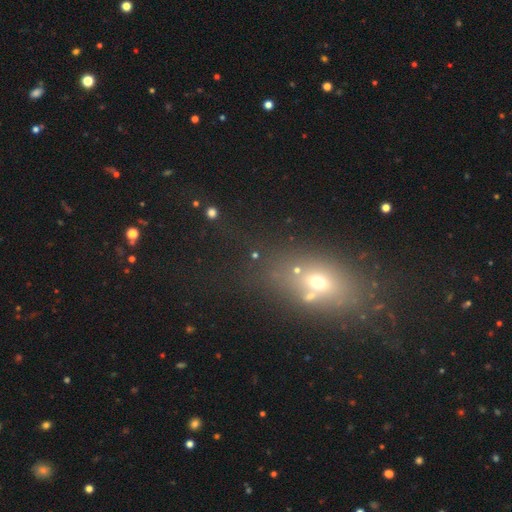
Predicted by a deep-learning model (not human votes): smooth-or-featured: smooth: 45% | star or artifact: 37% | featured or disk: 18%
  merging: none: 60% | merger: 17% | minor disturbance: 13% | major disturbance: 10%